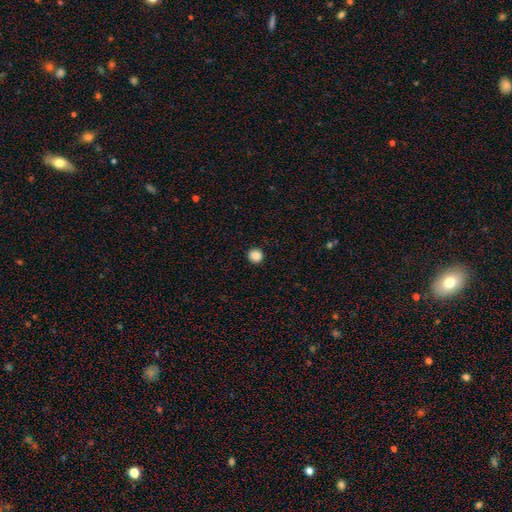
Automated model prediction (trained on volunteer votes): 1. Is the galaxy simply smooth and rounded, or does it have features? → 87% smooth, 9% star or artifact, 3% featured or disk.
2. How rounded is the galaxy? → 95% round, 4% in between, 1% cigar-shaped.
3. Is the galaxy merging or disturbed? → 93% none, 5% minor disturbance, 2% major disturbance, 1% merger.